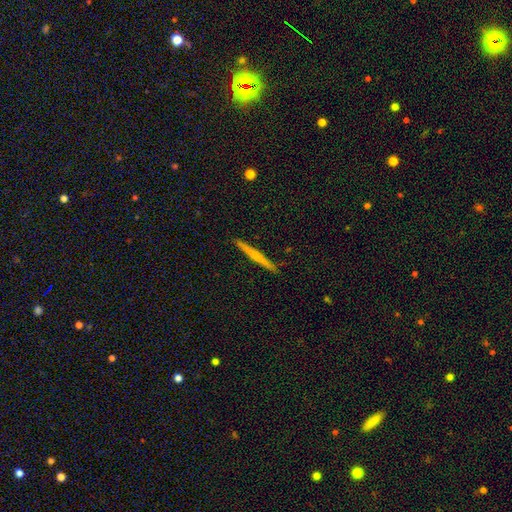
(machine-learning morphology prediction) Smooth or featured: smooth — 49% (featured or disk — 46%)
Merging: none — 92% (minor disturbance — 5%)